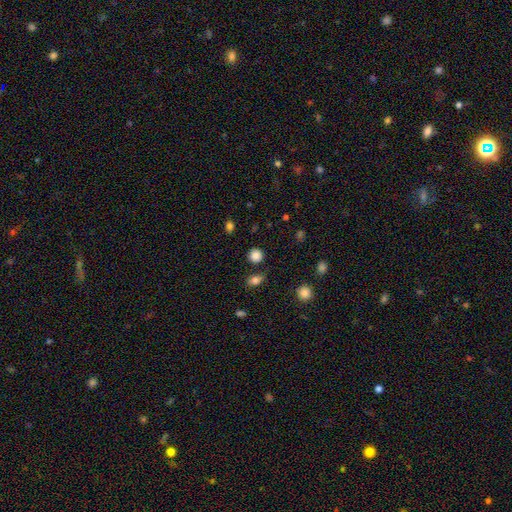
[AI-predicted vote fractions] smooth-or-featured: smooth: 85% | star or artifact: 11% | featured or disk: 4%
  how-rounded: round: 87% | in between: 12% | cigar-shaped: 1%
  merging: none: 85% | minor disturbance: 9% | merger: 4% | major disturbance: 3%